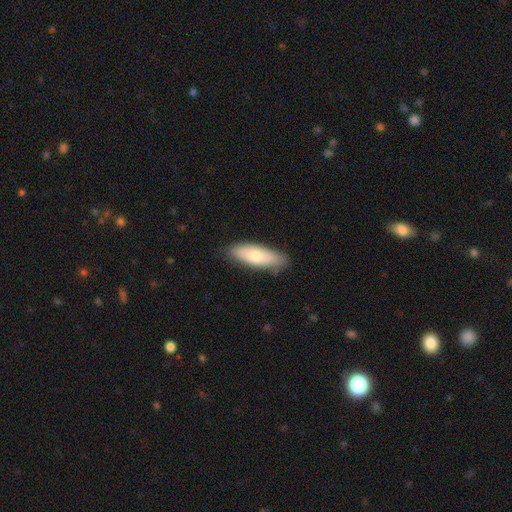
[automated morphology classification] A smooth galaxy with no disk features (73%) that is in between round and cigar-shaped (61%). Merging: none (77%).